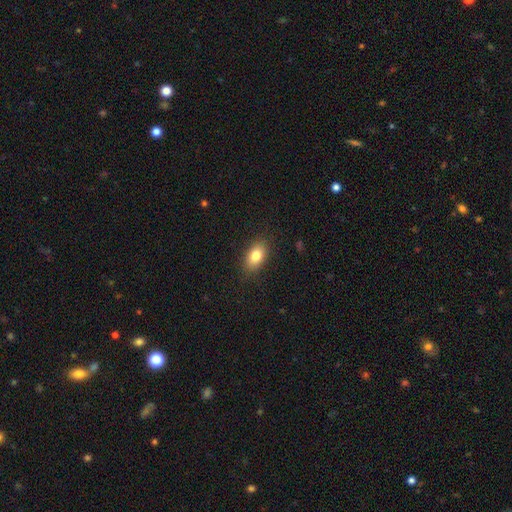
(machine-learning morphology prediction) Smooth or featured: smooth — 82% (featured or disk — 10%)
How rounded: in between — 88% (round — 9%)
Merging: none — 86% (minor disturbance — 10%)